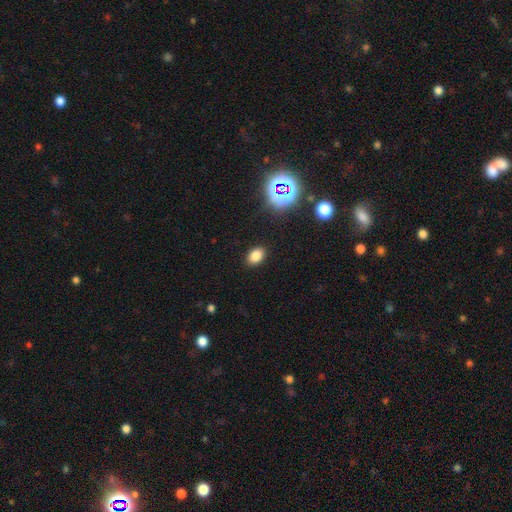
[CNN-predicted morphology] smooth-or-featured: smooth: 79% | star or artifact: 16% | featured or disk: 5%
  how-rounded: in between: 82% | round: 17% | cigar-shaped: 1%
  merging: none: 88% | minor disturbance: 8% | major disturbance: 3% | merger: 1%